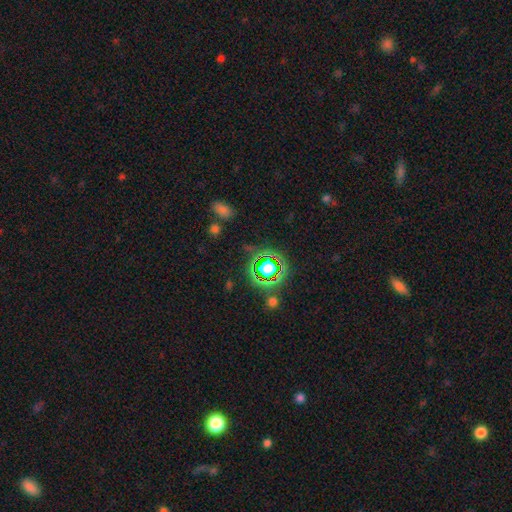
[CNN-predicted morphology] Overall: star or artifact (70%).